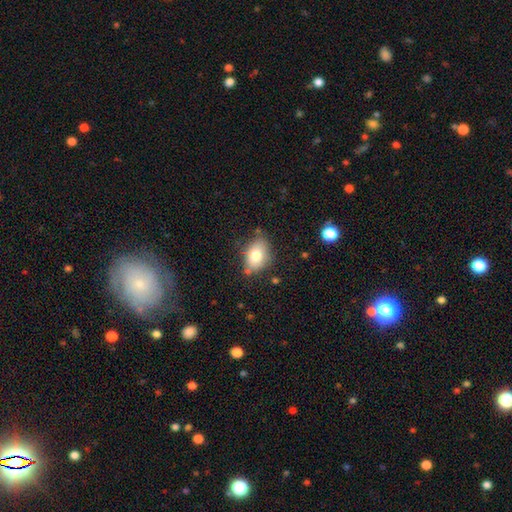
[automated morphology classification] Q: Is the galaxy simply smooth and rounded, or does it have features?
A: smooth — 81%.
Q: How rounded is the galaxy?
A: in between — 84%.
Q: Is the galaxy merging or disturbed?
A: none — 69%.